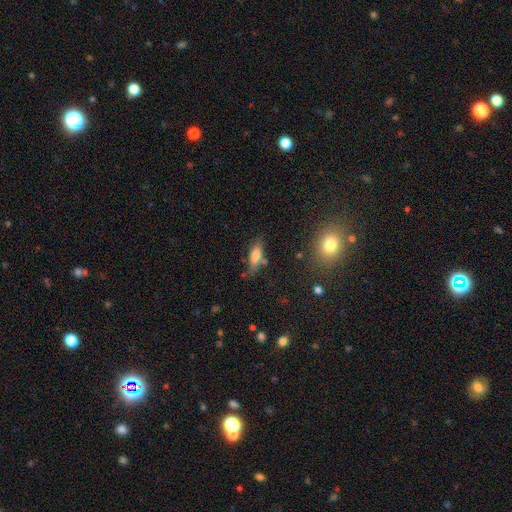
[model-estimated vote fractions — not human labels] Smooth or featured? Predicted: smooth (p=0.69). How rounded? Predicted: in between (p=0.51). Merging? Predicted: none (p=0.67).